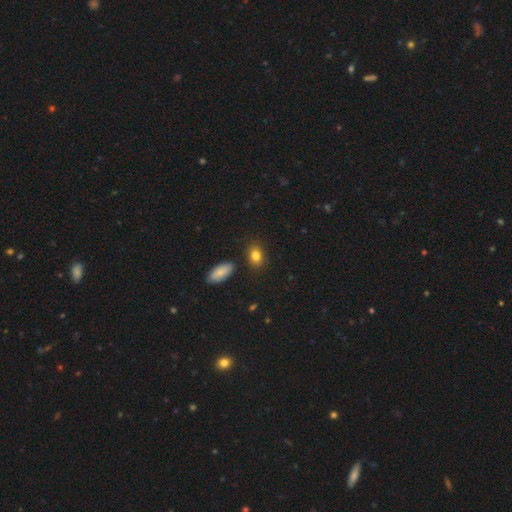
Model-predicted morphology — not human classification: A smooth galaxy with no disk features (83%) that is in between round and cigar-shaped (74%). Merging: none (83%).